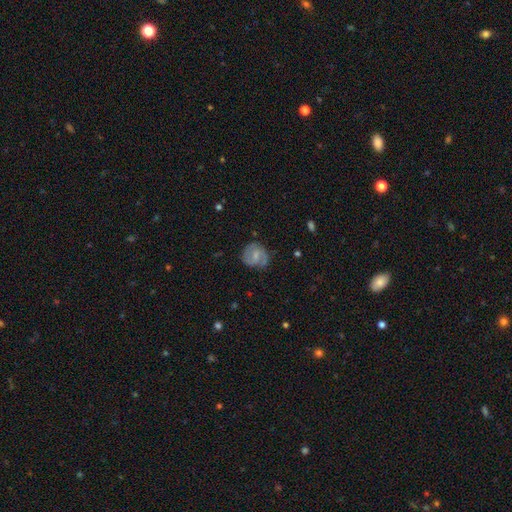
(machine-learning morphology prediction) type=featured or disk (58%); edge-on=no (97%); bar=weak (55%); spiral arms=yes (85%); bulge=small (42%); merging=none (70%).